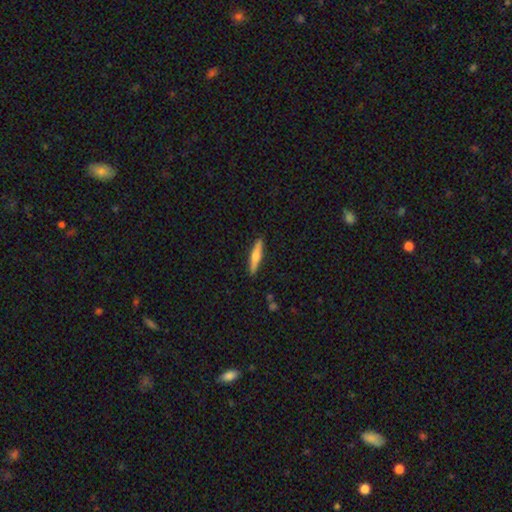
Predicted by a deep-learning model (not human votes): This is possibly a smooth galaxy (53%). How rounded: clearly cigar-shaped (86%). Merging: clearly none (90%).